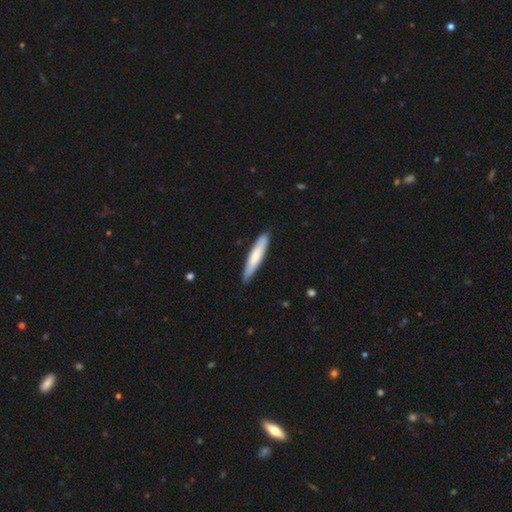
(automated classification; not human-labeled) smooth_or_featured: smooth (p=0.72) [alt: featured or disk p=0.23]
how_rounded: cigar-shaped (p=0.89) [alt: in between p=0.10]
merging: none (p=0.88) [alt: minor disturbance p=0.09]